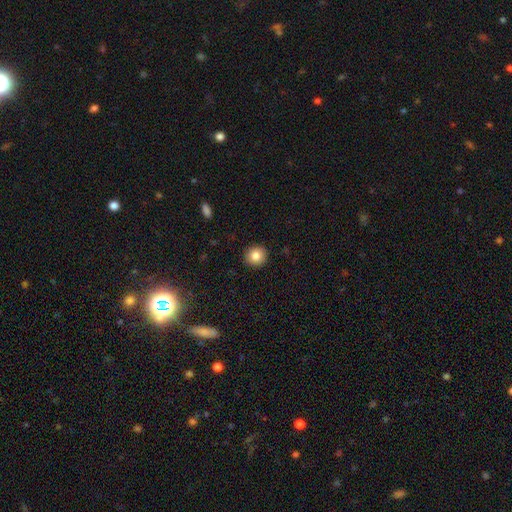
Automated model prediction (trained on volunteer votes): smooth 85%, star or artifact 9%, featured or disk 6%. Down the decision tree: how rounded — round (91%); merging — none (91%).